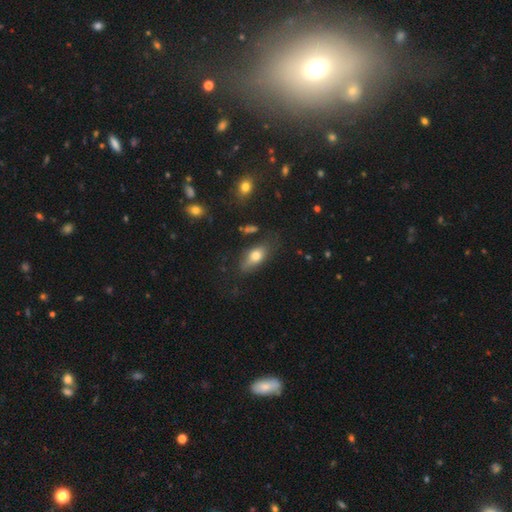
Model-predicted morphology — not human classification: type=smooth (71%); roundness=in between (82%); merging=none (65%).